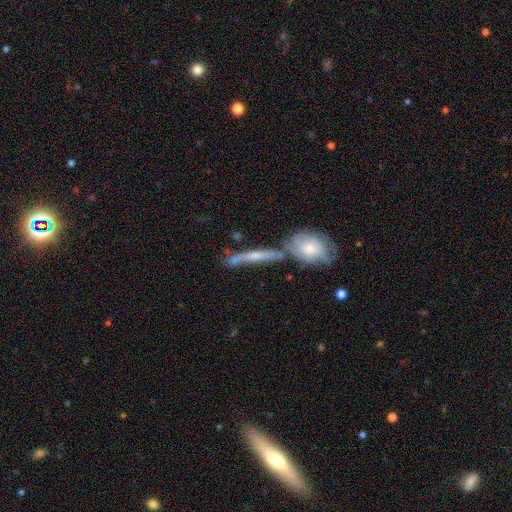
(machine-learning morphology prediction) Q: Smooth or featured?
A: featured or disk (62%); runner-up: smooth (30%)
Q: Edge-on disk?
A: yes (84%); runner-up: no (16%)
Q: Edge-on bulge?
A: rounded (73%); runner-up: none (20%)
Q: Merging?
A: none (55%); runner-up: merger (25%)